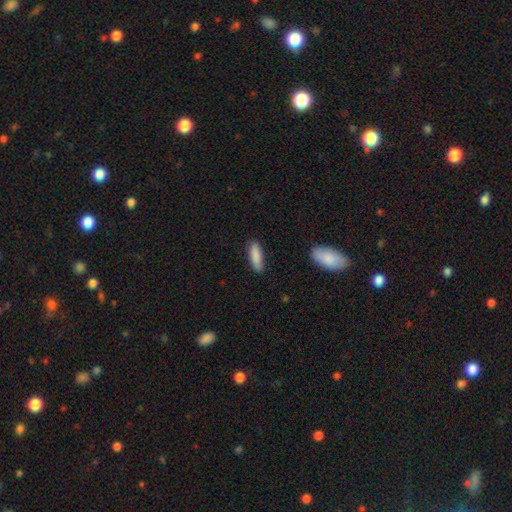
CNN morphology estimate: A smooth galaxy with no disk features (88%) that is in between round and cigar-shaped (53%). Merging: none (82%).